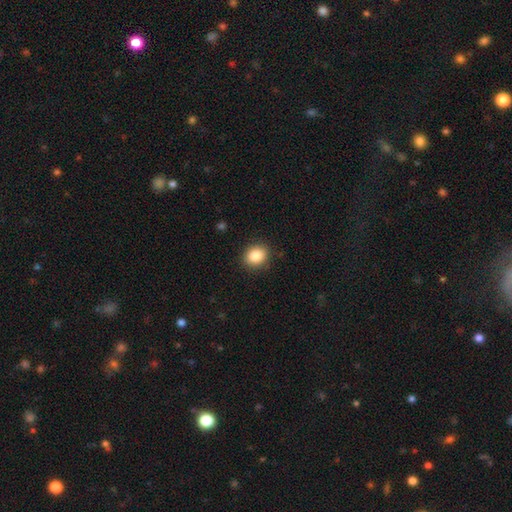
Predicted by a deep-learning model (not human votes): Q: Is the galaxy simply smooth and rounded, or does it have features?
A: smooth — 86%.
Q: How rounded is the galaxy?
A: round — 58%.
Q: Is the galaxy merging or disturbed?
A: none — 89%.